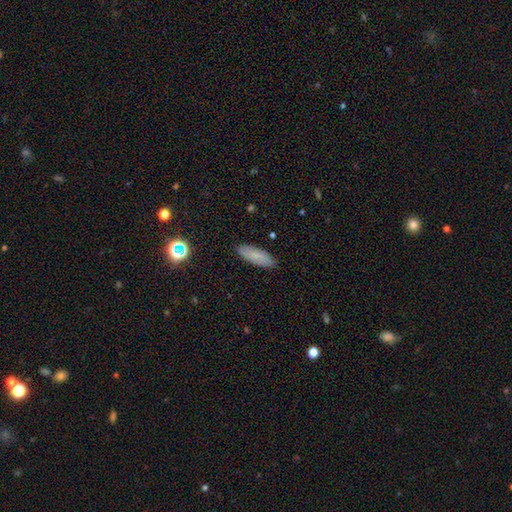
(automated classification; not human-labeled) This appears to be a smooth galaxy with no disk features (78%) that is in between round and cigar-shaped (60%). Merging: none (89%).